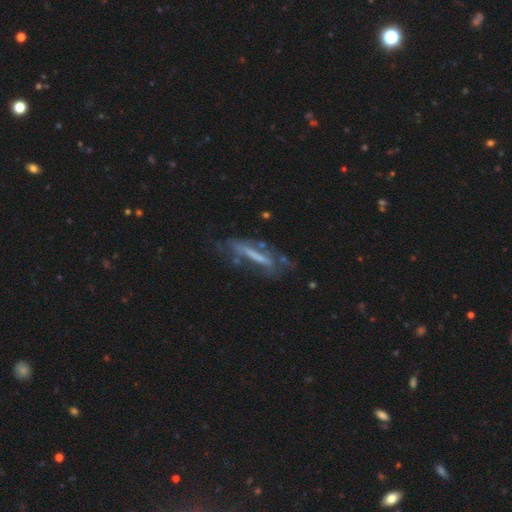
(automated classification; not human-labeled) Smooth or featured: featured or disk — 63% (smooth — 27%)
Edge-on disk: no — 51% (yes — 49%)
Merging: none — 49% (minor disturbance — 24%)